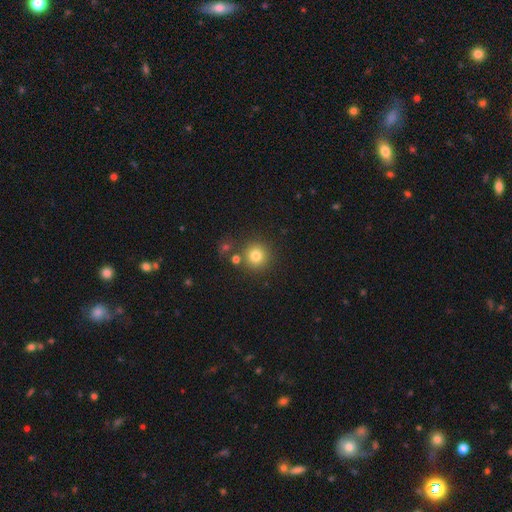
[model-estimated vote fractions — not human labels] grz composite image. It shows a smooth galaxy with no disk features (80%) that is round (94%). Merging: none (81%).